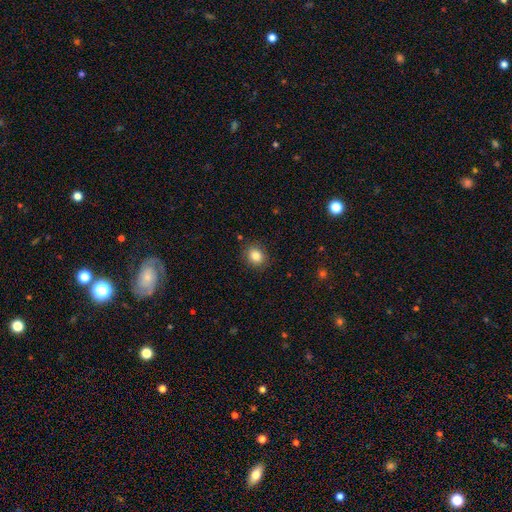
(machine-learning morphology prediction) A smooth galaxy with no disk features (84%) that is round (60%). Merging: none (88%).